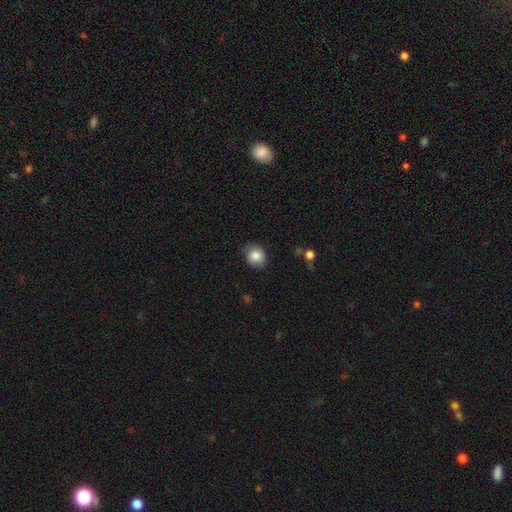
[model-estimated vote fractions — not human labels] A smooth galaxy with no disk features (84%) that is round (64%). Merging: none (81%).